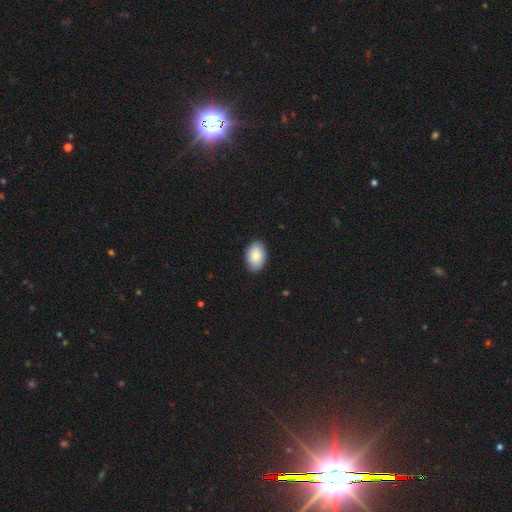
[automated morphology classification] This appears to be a smooth galaxy with no disk features (87%) that is in between round and cigar-shaped (91%). Merging: none (88%).